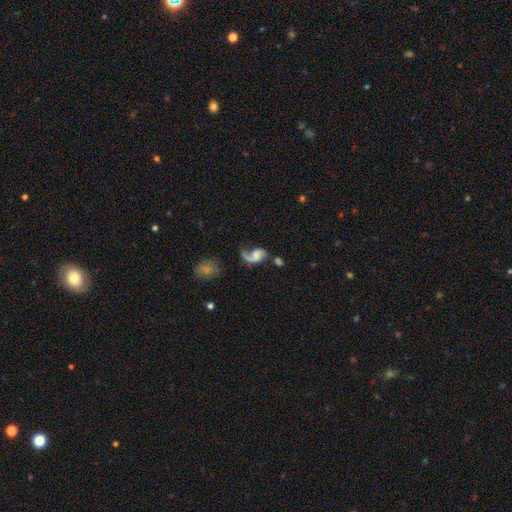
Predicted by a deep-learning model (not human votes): Q: Smooth or featured?
A: featured or disk (63%); runner-up: smooth (28%)
Q: Edge-on disk?
A: no (97%); runner-up: yes (3%)
Q: Bar?
A: no (65%); runner-up: weak (27%)
Q: Spiral arms?
A: yes (86%); runner-up: no (14%)
Q: Spiral winding?
A: loose (70%); runner-up: medium (22%)
Q: Spiral arm count?
A: 1 (67%); runner-up: 2 (28%)
Q: Bulge size?
A: none (40%); runner-up: small (25%)
Q: Merging?
A: major disturbance (40%); runner-up: none (29%)